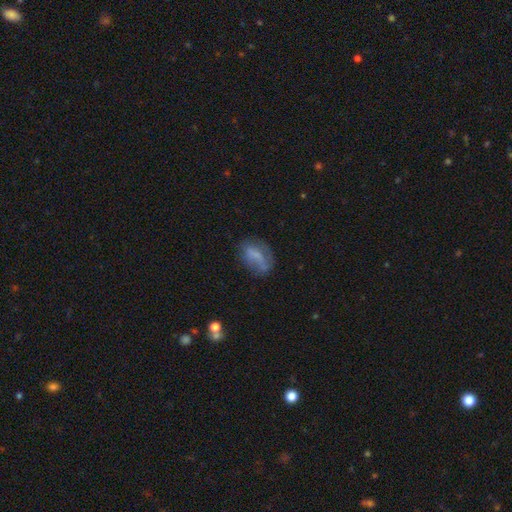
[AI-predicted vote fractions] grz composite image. It shows a smooth galaxy with no disk features (56%) that is in between round and cigar-shaped (81%). Merging: none (48%).